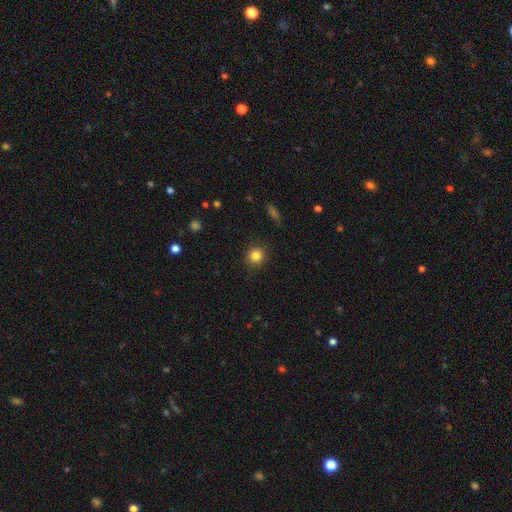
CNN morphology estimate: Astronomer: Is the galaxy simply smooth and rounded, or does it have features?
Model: smooth — 83%.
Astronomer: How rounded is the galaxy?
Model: round — 91%.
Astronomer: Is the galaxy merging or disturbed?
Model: none — 89%.